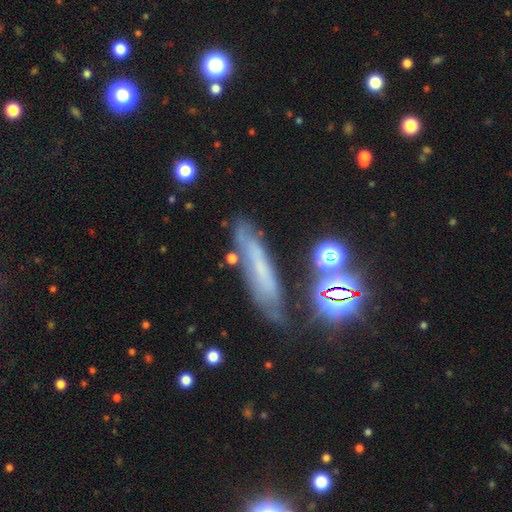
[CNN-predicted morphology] A smooth galaxy with no disk features (43%). Merging: none (66%).